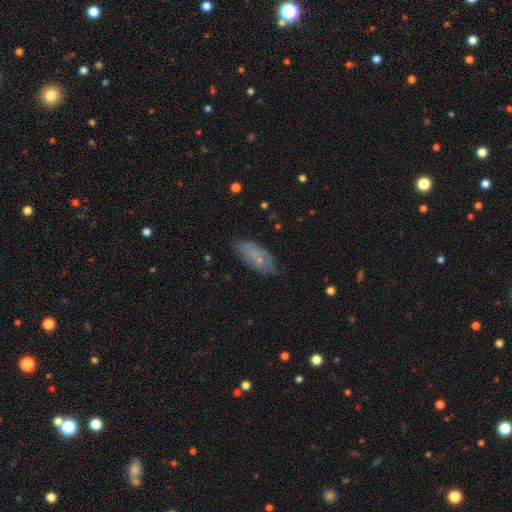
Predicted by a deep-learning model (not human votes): Smooth or featured? smooth (60%)
How rounded? in between (83%)
Merging? none (76%)